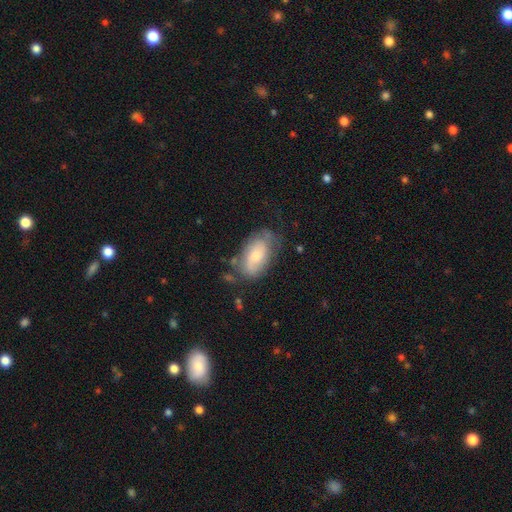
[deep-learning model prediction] smooth 57%, featured or disk 36%, star or artifact 7%. Down the decision tree: how rounded — in between (92%); merging — none (57%).